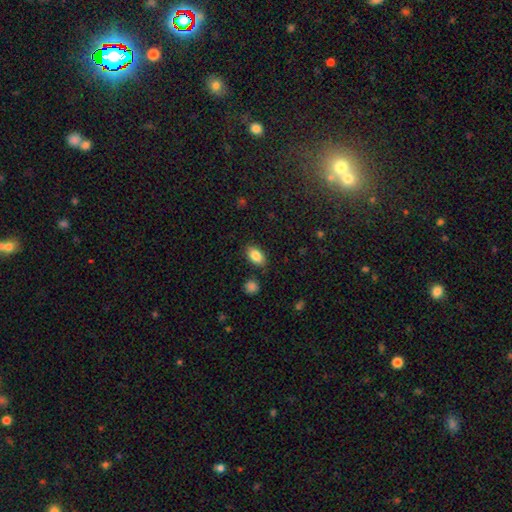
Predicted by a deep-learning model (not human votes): A smooth galaxy with no disk features (86%) that is in between round and cigar-shaped (90%).

Vote fractions:
- Smooth or featured? smooth: 86% / star or artifact: 8% / featured or disk: 6%
- How rounded? in between: 90% / round: 8% / cigar-shaped: 2%
- Merging? none: 84% / minor disturbance: 11% / major disturbance: 3% / merger: 3%